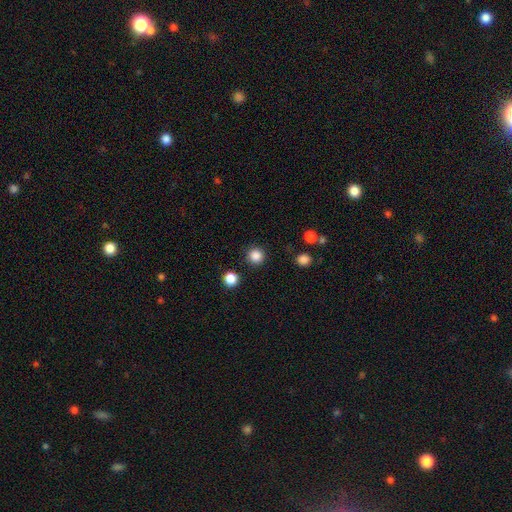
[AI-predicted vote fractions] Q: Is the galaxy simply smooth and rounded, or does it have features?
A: smooth — 85%.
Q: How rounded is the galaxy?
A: round — 95%.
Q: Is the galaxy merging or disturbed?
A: none — 91%.